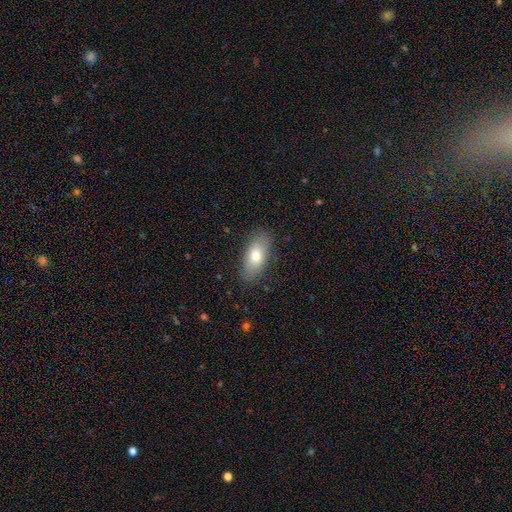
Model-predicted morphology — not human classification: smooth_or_featured: smooth (p=0.76) [alt: featured or disk p=0.17]
how_rounded: in between (p=0.85) [alt: cigar-shaped p=0.12]
merging: none (p=0.85) [alt: minor disturbance p=0.11]